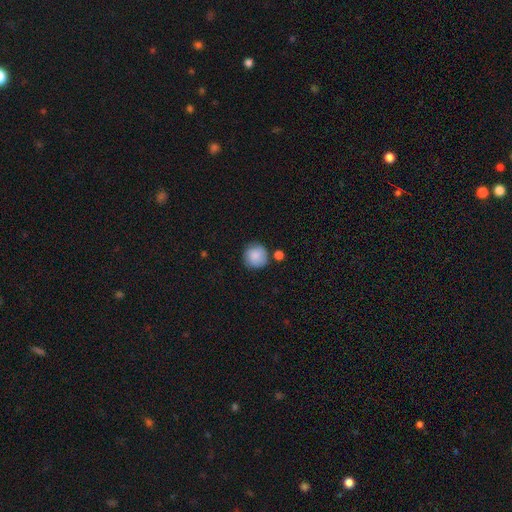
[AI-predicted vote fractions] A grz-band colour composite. It shows a smooth galaxy with no disk features (86%) that is round (93%). Merging: none (73%).